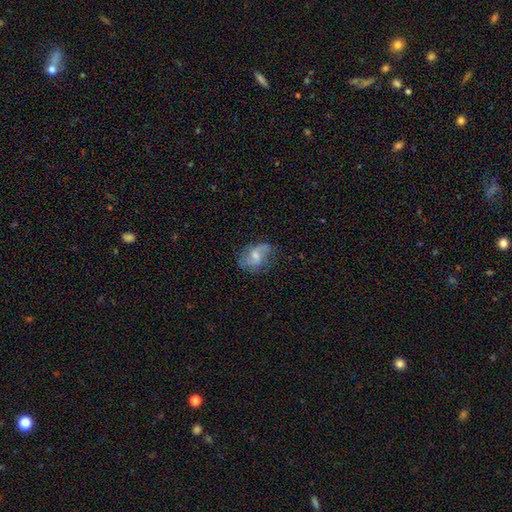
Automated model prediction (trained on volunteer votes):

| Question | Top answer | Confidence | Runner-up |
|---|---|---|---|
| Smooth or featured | featured or disk | 59% | smooth (33%) |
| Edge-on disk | no | 97% | yes (3%) |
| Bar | weak | 50% | no (38%) |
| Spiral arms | yes | 81% | no (19%) |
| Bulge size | moderate | 42% | small (39%) |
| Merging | none | 55% | minor disturbance (27%) |